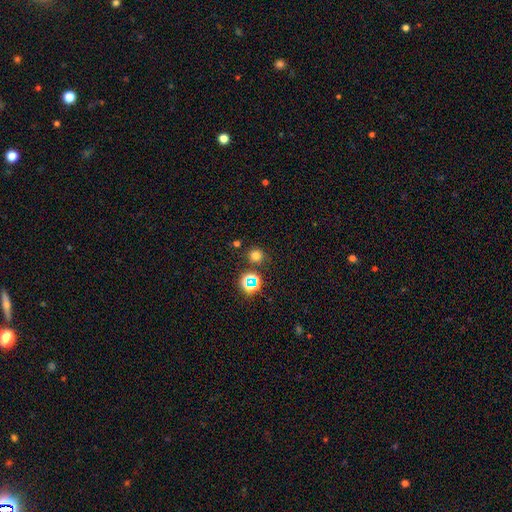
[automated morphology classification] Q: Smooth or featured?
A: smooth (69%); runner-up: star or artifact (25%)
Q: How rounded?
A: round (90%); runner-up: in between (9%)
Q: Merging?
A: none (81%); runner-up: minor disturbance (9%)